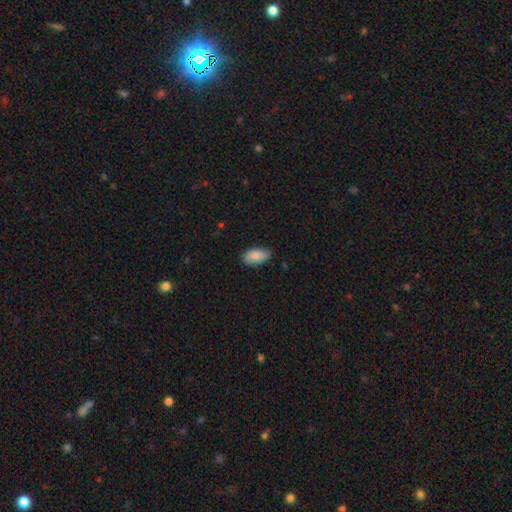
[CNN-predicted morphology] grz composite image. It shows a smooth galaxy with no disk features (83%) that is in between round and cigar-shaped (94%). Merging: none (76%).